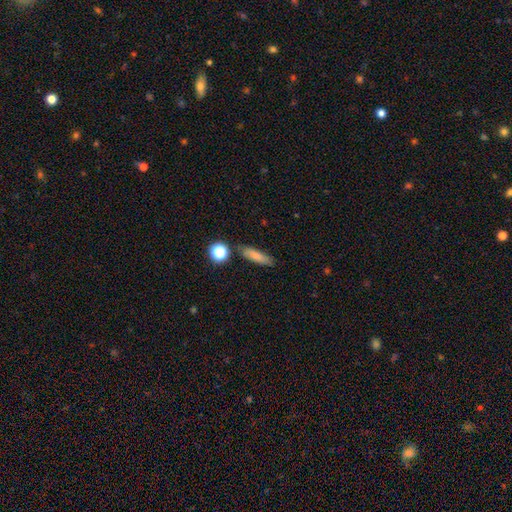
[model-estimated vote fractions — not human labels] Smooth or featured? smooth (77%)
How rounded? cigar-shaped (61%)
Merging? none (80%)